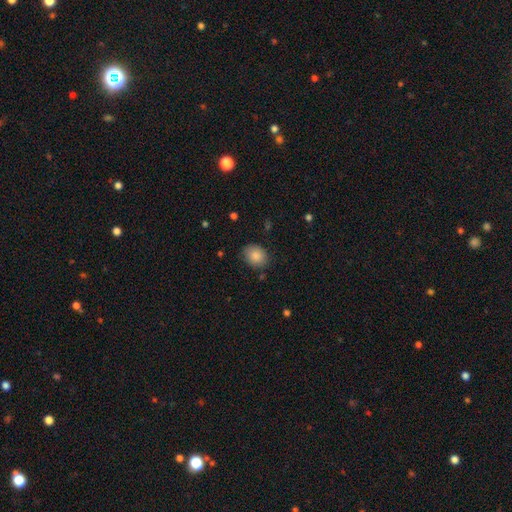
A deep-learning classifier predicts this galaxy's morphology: smooth-or-featured: smooth: 87% | star or artifact: 8% | featured or disk: 5%
  how-rounded: in between: 55% | round: 44% | cigar-shaped: 1%
  merging: none: 83% | minor disturbance: 13% | major disturbance: 3% | merger: 1%